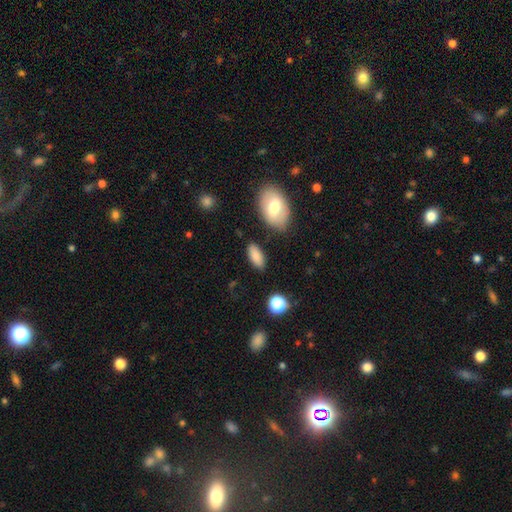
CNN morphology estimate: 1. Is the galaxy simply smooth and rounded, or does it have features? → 84% smooth, 8% featured or disk, 8% star or artifact.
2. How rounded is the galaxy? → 85% in between, 12% cigar-shaped, 3% round.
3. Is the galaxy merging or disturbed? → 82% none, 12% minor disturbance, 3% merger, 3% major disturbance.